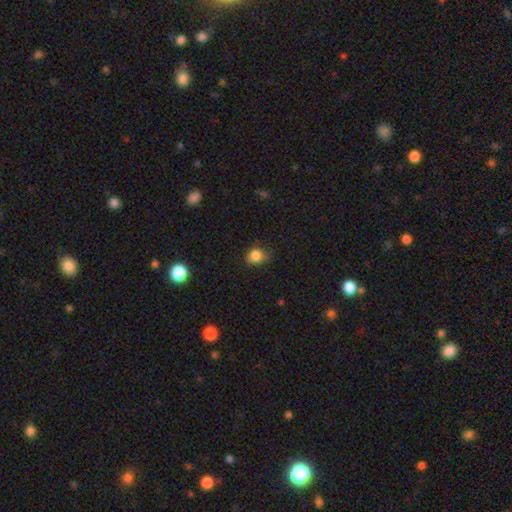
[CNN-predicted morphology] The model was most divided on "merging": none: 64%, minor disturbance: 28%, major disturbance: 6%, merger: 2%. More confident: smooth or featured — smooth (84%); how rounded — round (70%).